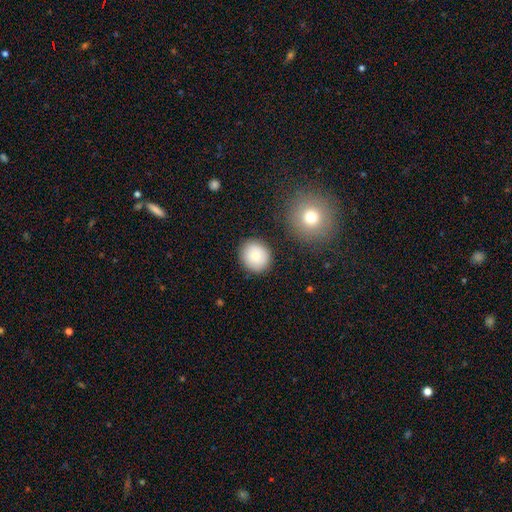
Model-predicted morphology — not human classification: This appears to be a smooth galaxy with no disk features (78%) that is round (85%). Merging: none (87%).